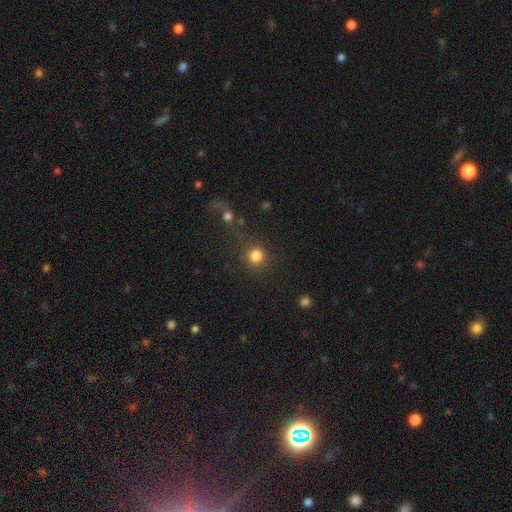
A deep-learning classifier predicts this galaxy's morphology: Smooth or featured? Predicted: smooth (p=0.82). How rounded? Predicted: round (p=0.93). Merging? Predicted: none (p=0.74).